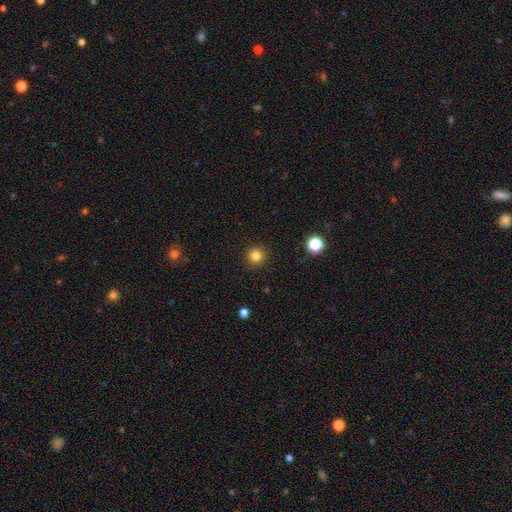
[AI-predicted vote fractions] Overall: smooth (83%). How rounded: round (95%). Merging: none (91%).